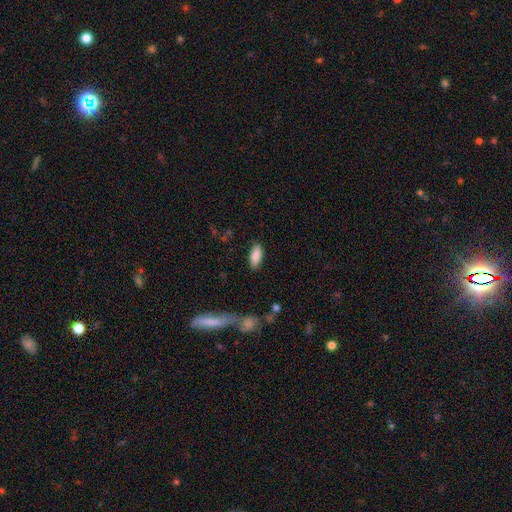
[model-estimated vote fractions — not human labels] Smooth or featured? smooth (85%)
How rounded? in between (80%)
Merging? none (86%)